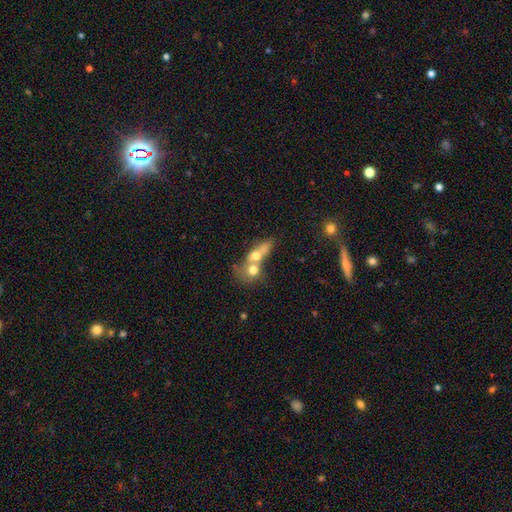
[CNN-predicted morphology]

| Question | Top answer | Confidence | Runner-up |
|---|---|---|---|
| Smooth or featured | smooth | 61% | featured or disk (30%) |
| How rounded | in between | 47% | round (39%) |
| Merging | merger | 71% | none (17%) |